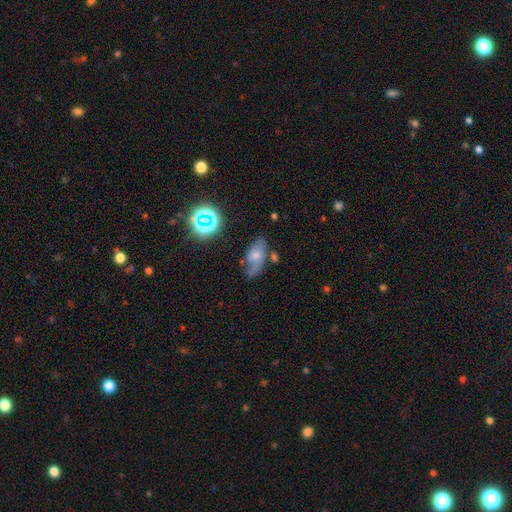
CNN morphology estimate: smooth-or-featured: smooth: 48% | featured or disk: 37% | star or artifact: 15%
  merging: none: 53% | minor disturbance: 28% | major disturbance: 12% | merger: 6%